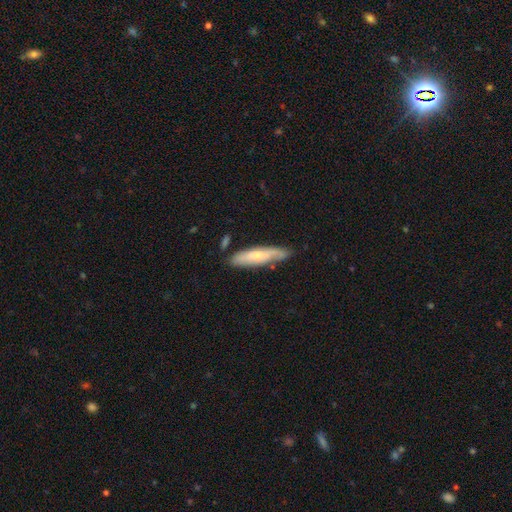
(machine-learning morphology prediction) Q: Smooth or featured?
A: smooth (50%); runner-up: featured or disk (44%)
Q: Merging?
A: none (72%); runner-up: minor disturbance (20%)